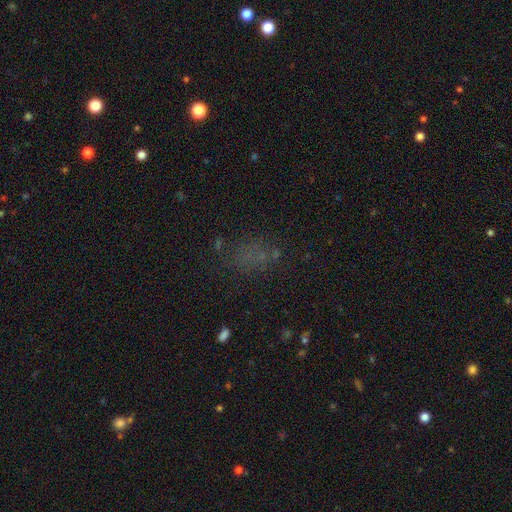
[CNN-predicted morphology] A smooth galaxy with no disk features (53%) that is in between round and cigar-shaped (73%).

Vote fractions:
- Smooth or featured? smooth: 53% / star or artifact: 35% / featured or disk: 12%
- How rounded? in between: 73% / round: 21% / cigar-shaped: 5%
- Merging? none: 66% / minor disturbance: 16% / major disturbance: 13% / merger: 5%